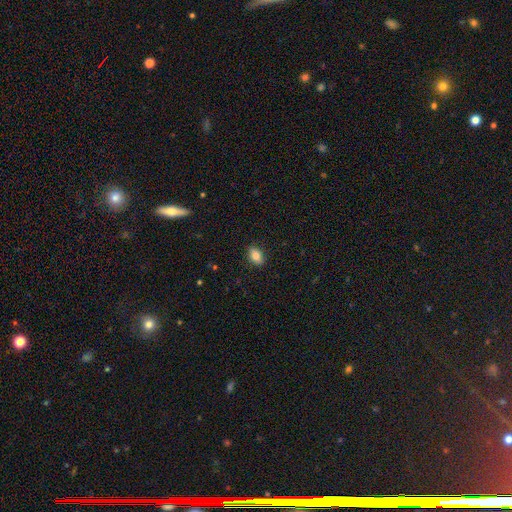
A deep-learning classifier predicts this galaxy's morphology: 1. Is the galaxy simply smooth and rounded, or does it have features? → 84% smooth, 8% star or artifact, 8% featured or disk.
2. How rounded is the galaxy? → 87% in between, 9% round, 3% cigar-shaped.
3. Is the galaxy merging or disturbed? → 88% none, 9% minor disturbance, 2% major disturbance, 1% merger.